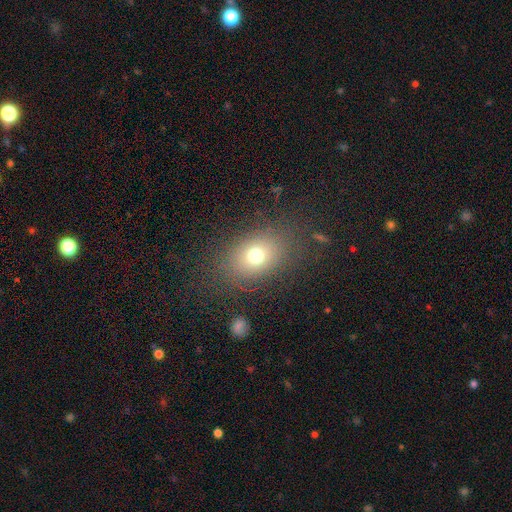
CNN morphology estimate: smooth 72%, star or artifact 15%, featured or disk 13%. Down the decision tree: how rounded — in between (65%); merging — none (79%).